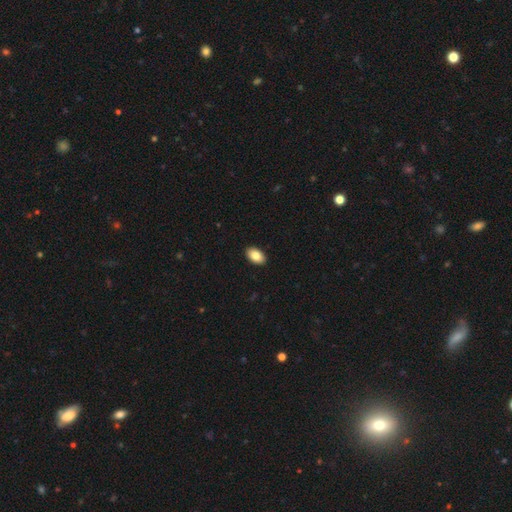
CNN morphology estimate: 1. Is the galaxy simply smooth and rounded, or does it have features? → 84% smooth, 9% featured or disk, 7% star or artifact.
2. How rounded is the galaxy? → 92% in between, 6% round, 1% cigar-shaped.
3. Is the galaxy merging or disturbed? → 92% none, 6% minor disturbance, 1% major disturbance, 1% merger.